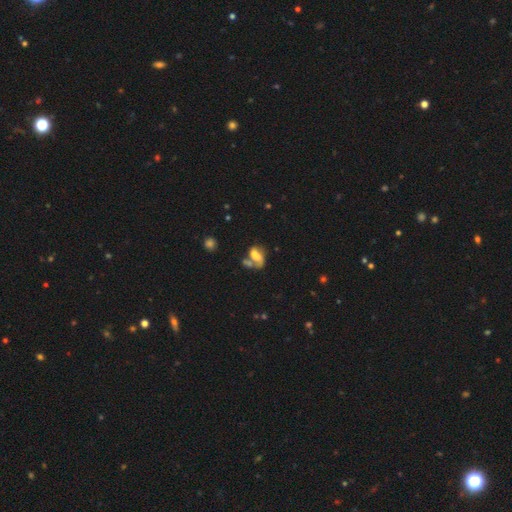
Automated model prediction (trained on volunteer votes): smooth 46%, featured or disk 40%, star or artifact 14%. Down the decision tree: merging — merger (50%).